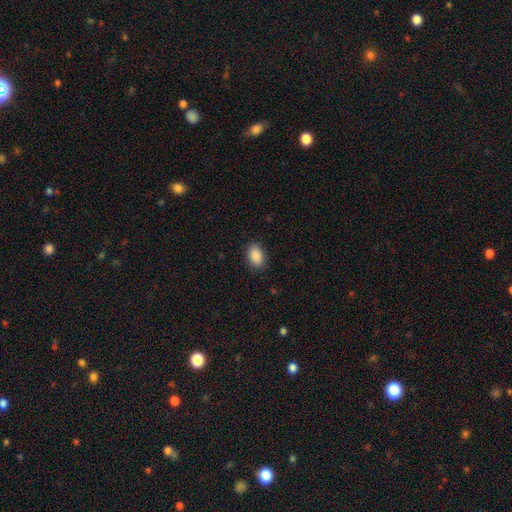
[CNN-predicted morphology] A smooth galaxy with no disk features (90%) that is in between round and cigar-shaped (89%).

Vote fractions:
- Smooth or featured? smooth: 90% / star or artifact: 7% / featured or disk: 3%
- How rounded? in between: 89% / round: 10% / cigar-shaped: 1%
- Merging? none: 88% / minor disturbance: 9% / major disturbance: 2% / merger: 1%